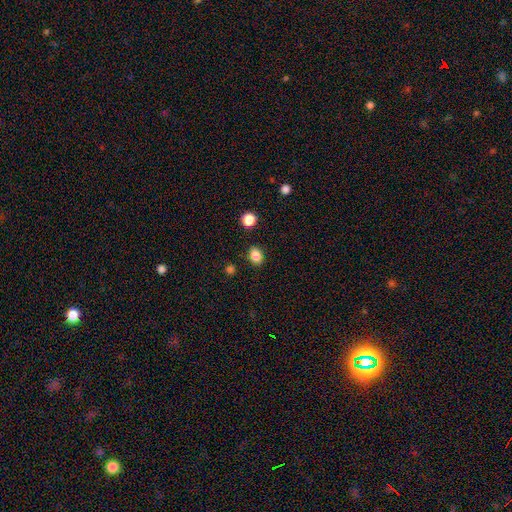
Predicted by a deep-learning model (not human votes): This is clearly a smooth galaxy (86%). How rounded: likely in between (60%). Merging: clearly none (86%).